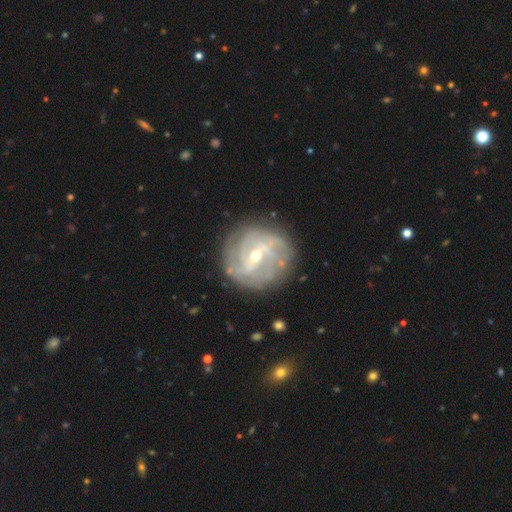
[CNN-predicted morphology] smooth-or-featured: featured or disk: 85% | smooth: 9% | star or artifact: 6%
  disk-edge-on: no: 97% | yes: 3%
    bar: weak: 49% | strong: 30% | no: 21%
    has-spiral-arms: yes: 93% | no: 7%
      spiral-winding: tight: 52% | medium: 35% | loose: 12%
      spiral-arm-count: can't tell: 30% | 2: 29% | 3: 18% | 4: 12% | more than 4: 6% | 1: 5%
    bulge-size: small: 56% | moderate: 41% | large: 1% | none: 1% | dominant: 1%
  merging: none: 81% | minor disturbance: 12% | major disturbance: 5% | merger: 2%